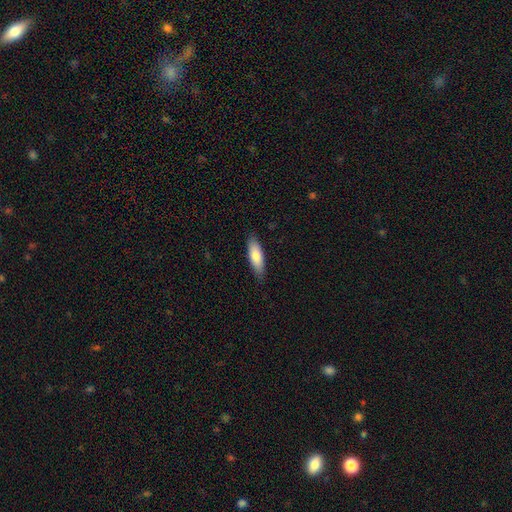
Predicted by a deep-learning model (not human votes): Smooth or featured?
  - smooth: 78% *
  - featured or disk: 17%
  - star or artifact: 6%
How rounded?
  - in between: 57% *
  - cigar-shaped: 41%
  - round: 2%
Merging?
  - none: 86% *
  - minor disturbance: 11%
  - major disturbance: 2%
  - merger: 1%